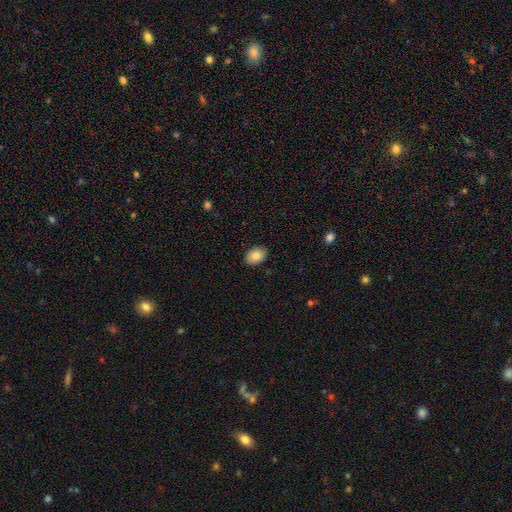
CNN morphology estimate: Smooth or featured: smooth — 87% (star or artifact — 7%)
How rounded: in between — 79% (round — 20%)
Merging: none — 89% (minor disturbance — 8%)